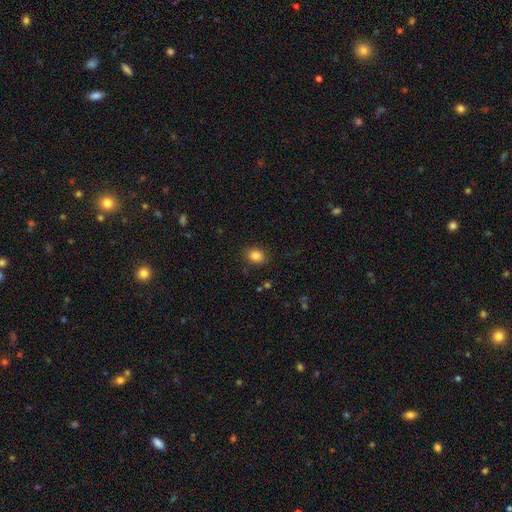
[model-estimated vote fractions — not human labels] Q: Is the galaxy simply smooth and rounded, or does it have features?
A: smooth — 84%.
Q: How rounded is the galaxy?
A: round — 50%.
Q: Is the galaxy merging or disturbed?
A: none — 87%.